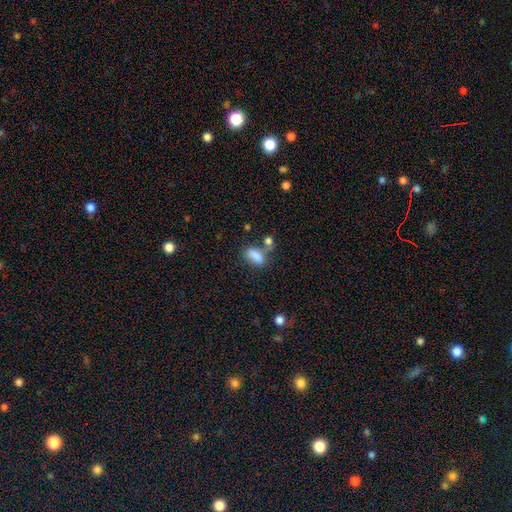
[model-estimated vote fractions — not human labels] This is clearly a smooth galaxy (82%). How rounded: clearly in between (85%). Merging: possibly none (49%).